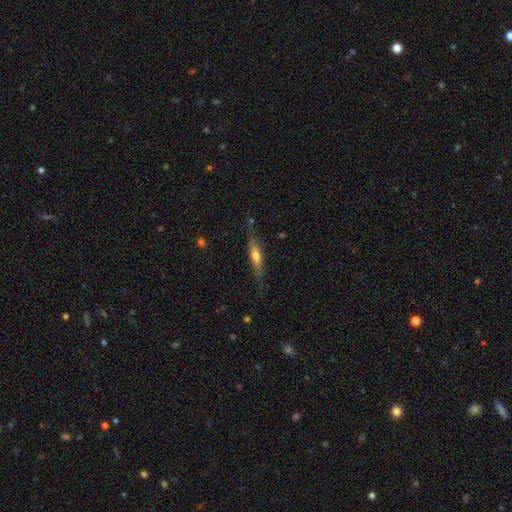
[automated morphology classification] This is possibly a smooth galaxy (48%). Merging: likely none (77%).